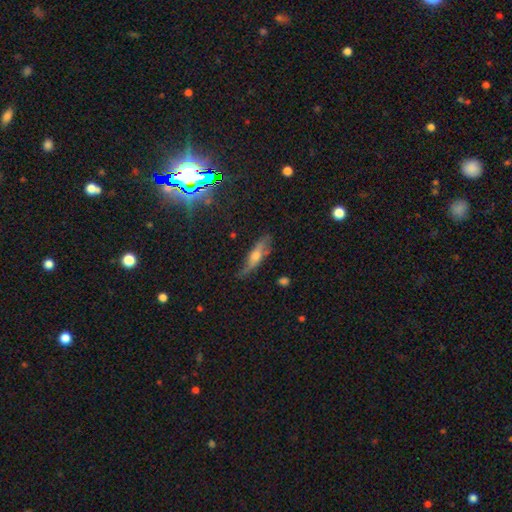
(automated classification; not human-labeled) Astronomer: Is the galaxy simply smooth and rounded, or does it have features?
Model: featured or disk — 47% (runner-up: smooth, 39%).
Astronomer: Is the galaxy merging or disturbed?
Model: none — 56%.